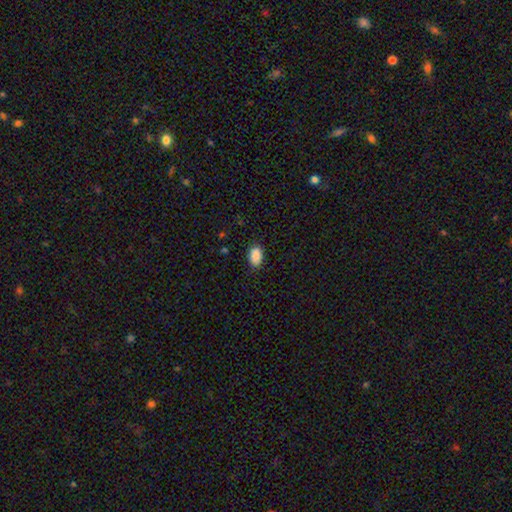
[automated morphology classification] A smooth galaxy with no disk features (90%) that is in between round and cigar-shaped (90%). Merging: none (86%).